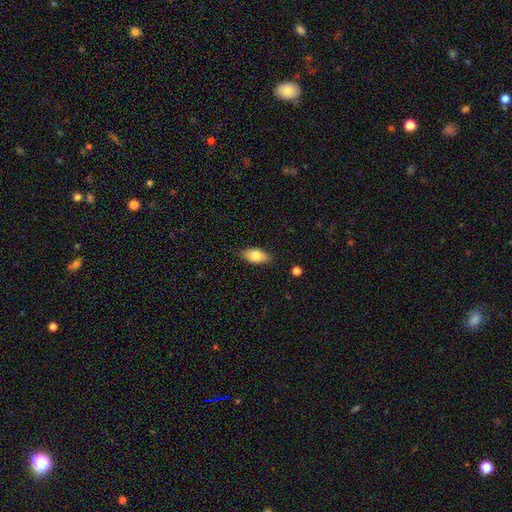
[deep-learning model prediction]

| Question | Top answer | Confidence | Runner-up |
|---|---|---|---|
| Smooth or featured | smooth | 78% | featured or disk (15%) |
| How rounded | in between | 89% | cigar-shaped (7%) |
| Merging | none | 82% | minor disturbance (14%) |